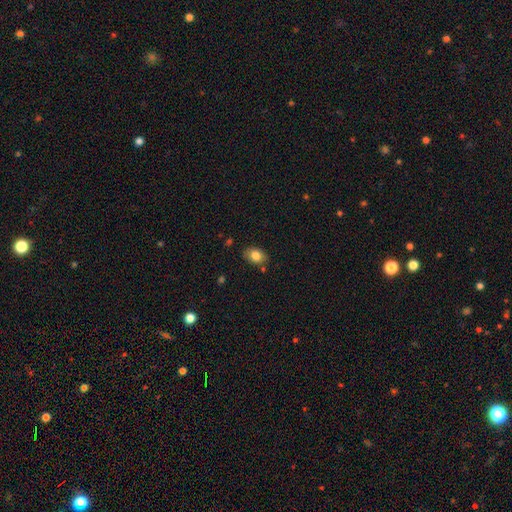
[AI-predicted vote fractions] smooth-or-featured: smooth: 82% | featured or disk: 9% | star or artifact: 8%
  how-rounded: in between: 77% | round: 22% | cigar-shaped: 1%
  merging: none: 82% | minor disturbance: 13% | merger: 3% | major disturbance: 3%